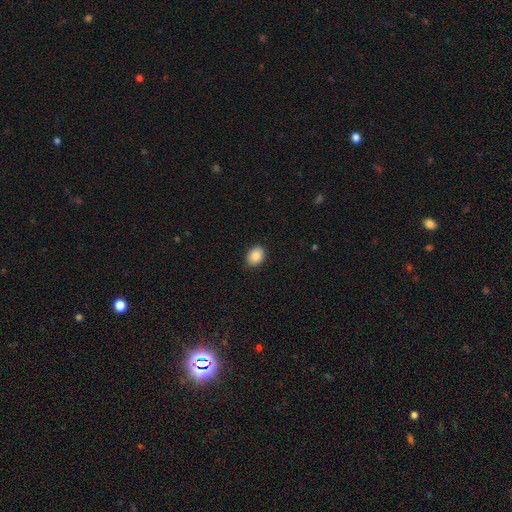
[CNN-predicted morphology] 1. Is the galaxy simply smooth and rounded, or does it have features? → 86% smooth, 8% star or artifact, 6% featured or disk.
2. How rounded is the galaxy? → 61% in between, 38% round, 1% cigar-shaped.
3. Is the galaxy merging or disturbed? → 89% none, 8% minor disturbance, 2% major disturbance, 1% merger.